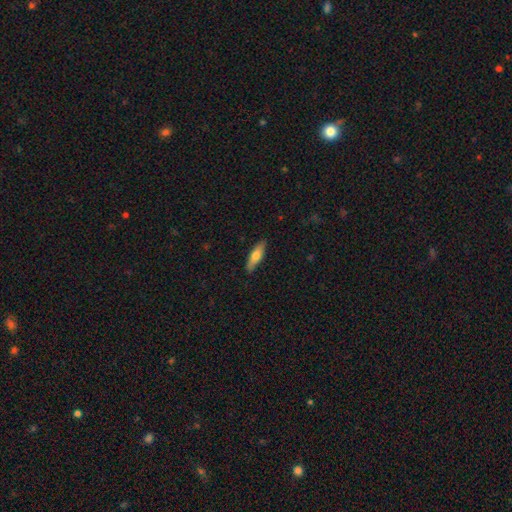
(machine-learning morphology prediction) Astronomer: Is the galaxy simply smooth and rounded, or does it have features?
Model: smooth — 64%.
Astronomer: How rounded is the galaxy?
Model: cigar-shaped — 59% (runner-up: in between, 39%).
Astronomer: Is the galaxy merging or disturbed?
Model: none — 88%.